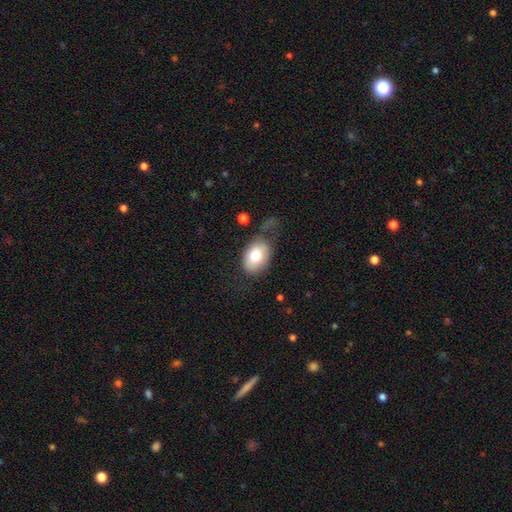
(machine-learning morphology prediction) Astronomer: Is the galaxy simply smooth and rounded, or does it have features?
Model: smooth — 76%.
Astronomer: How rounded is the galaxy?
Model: in between — 81%.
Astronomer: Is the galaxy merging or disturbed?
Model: none — 52%.